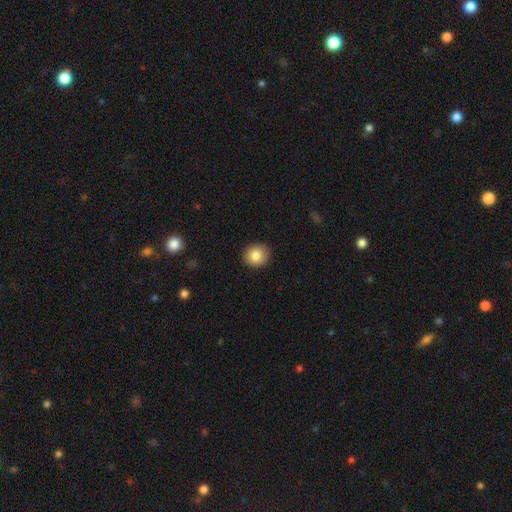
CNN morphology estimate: smooth_or_featured: smooth (p=0.83) [alt: star or artifact p=0.09]
how_rounded: round (p=0.82) [alt: in between p=0.17]
merging: none (p=0.89) [alt: minor disturbance p=0.08]